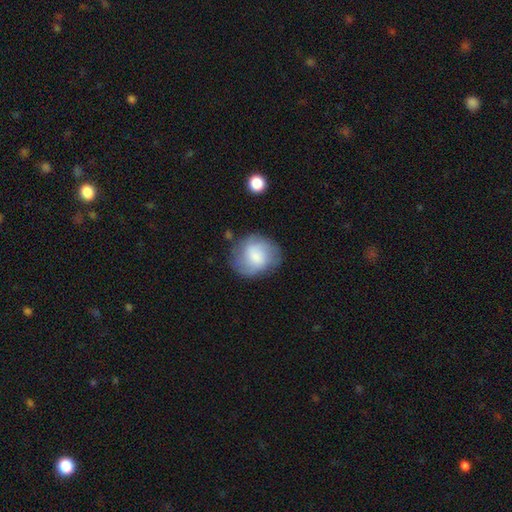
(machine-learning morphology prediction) This is possibly a smooth galaxy (58%). How rounded: likely round (74%). Merging: likely none (68%).